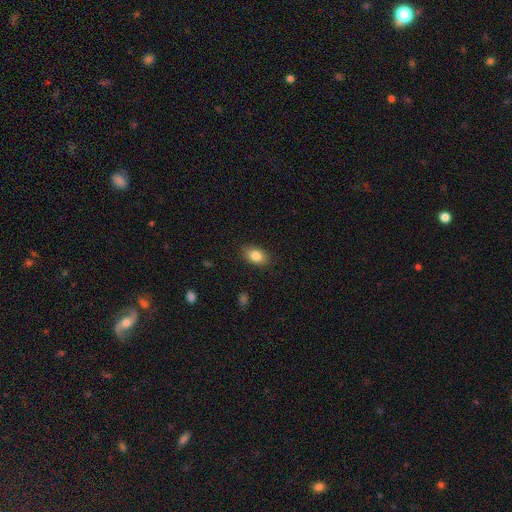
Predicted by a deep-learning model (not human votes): Overall: smooth (84%). How rounded: in between (85%). Merging: none (87%).